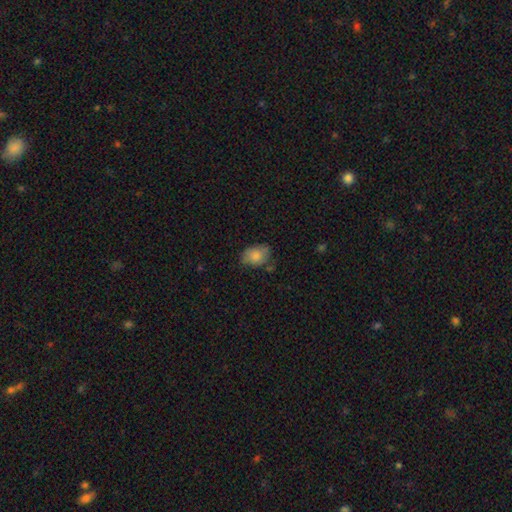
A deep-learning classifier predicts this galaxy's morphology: This appears to be a smooth galaxy with no disk features (82%) that is in between round and cigar-shaped (75%). Merging: none (63%).